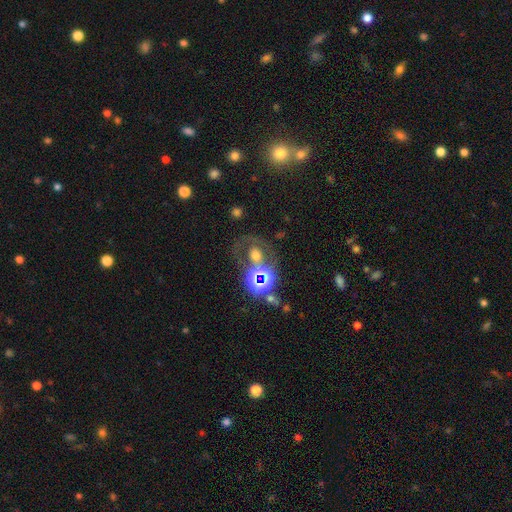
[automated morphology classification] This is marginally a smooth galaxy (40%). Merging: possibly none (50%).